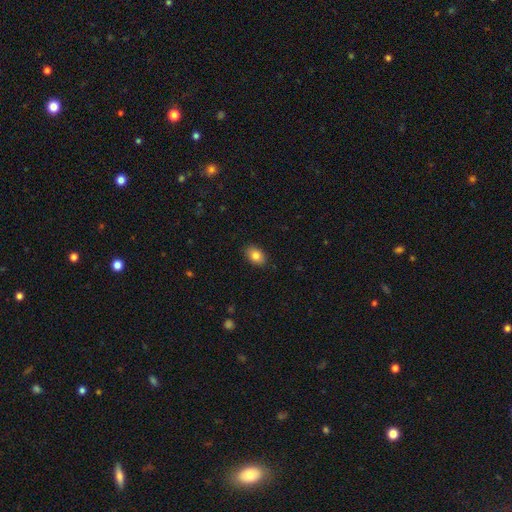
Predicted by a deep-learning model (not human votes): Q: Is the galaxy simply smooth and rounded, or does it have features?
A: smooth — 83%.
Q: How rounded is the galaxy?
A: in between — 83%.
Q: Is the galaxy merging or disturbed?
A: none — 88%.